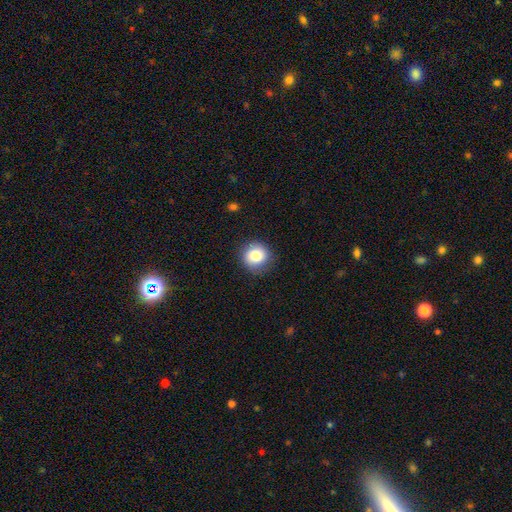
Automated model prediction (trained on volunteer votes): smooth-or-featured: smooth: 82% | star or artifact: 9% | featured or disk: 9%
  how-rounded: round: 91% | in between: 8% | cigar-shaped: 1%
  merging: none: 86% | minor disturbance: 10% | major disturbance: 3% | merger: 1%